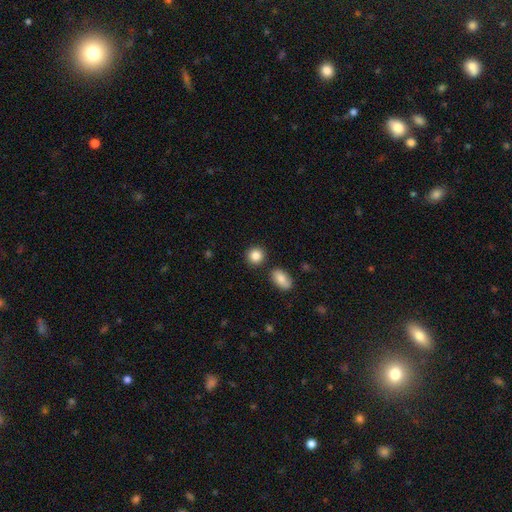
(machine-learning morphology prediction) Smooth or featured?
  - smooth: 86% *
  - star or artifact: 9%
  - featured or disk: 5%
How rounded?
  - round: 86% *
  - in between: 12%
  - cigar-shaped: 1%
Merging?
  - none: 84% *
  - minor disturbance: 7%
  - merger: 6%
  - major disturbance: 2%